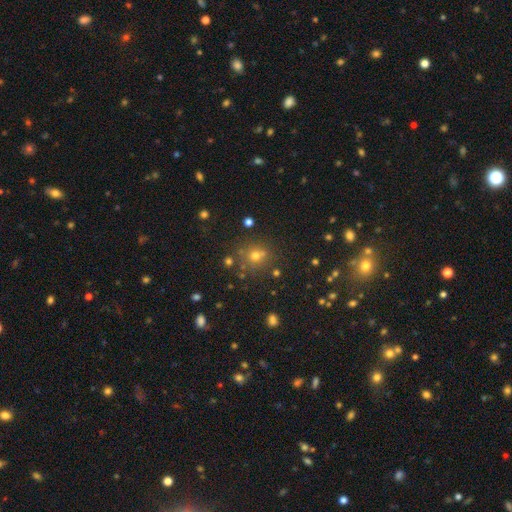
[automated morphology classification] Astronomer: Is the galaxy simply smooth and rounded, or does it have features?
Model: smooth — 63%.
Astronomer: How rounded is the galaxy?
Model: round — 84%.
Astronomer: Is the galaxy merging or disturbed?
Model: none — 73%.